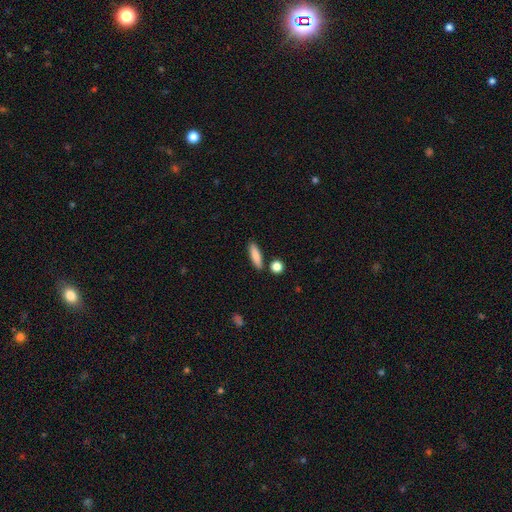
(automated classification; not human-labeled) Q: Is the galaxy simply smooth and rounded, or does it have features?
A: smooth — 85%.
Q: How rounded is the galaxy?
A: cigar-shaped — 62%.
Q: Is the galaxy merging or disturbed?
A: none — 84%.